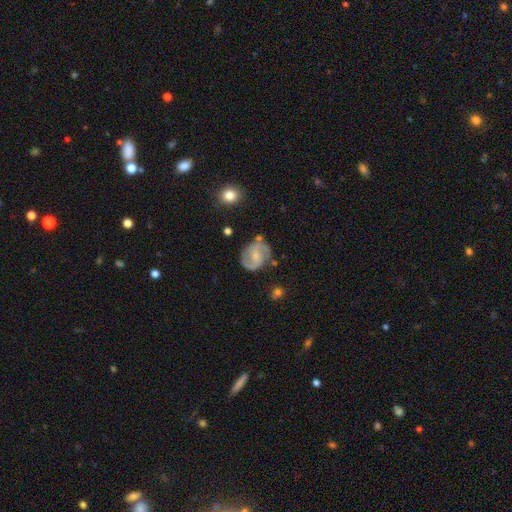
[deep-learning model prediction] smooth-or-featured: featured or disk: 75% | smooth: 19% | star or artifact: 6%
  disk-edge-on: no: 98% | yes: 2%
    bar: weak: 47% | no: 38% | strong: 15%
    has-spiral-arms: yes: 91% | no: 9%
      spiral-winding: medium: 52% | tight: 25% | loose: 23%
      spiral-arm-count: 2: 86% | can't tell: 7% | 1: 3% | 3: 2% | 4: 1% | more than 4: 1%
    bulge-size: small: 58% | moderate: 32% | none: 8% | large: 2% | dominant: 1%
  merging: none: 68% | minor disturbance: 20% | major disturbance: 7% | merger: 5%